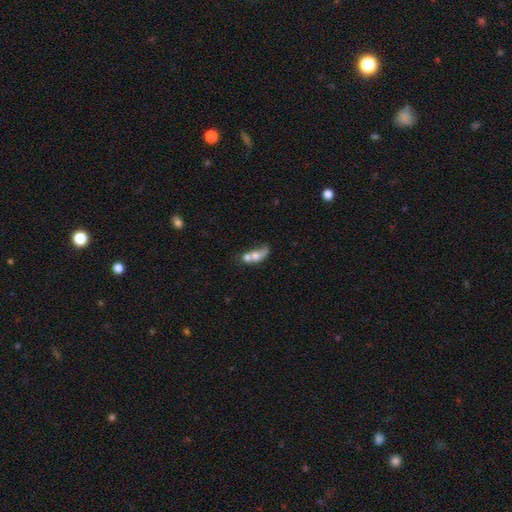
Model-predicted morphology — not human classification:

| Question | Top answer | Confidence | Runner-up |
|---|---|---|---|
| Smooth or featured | smooth | 57% | featured or disk (33%) |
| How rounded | in between | 63% | round (27%) |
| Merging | merger | 65% | none (14%) |